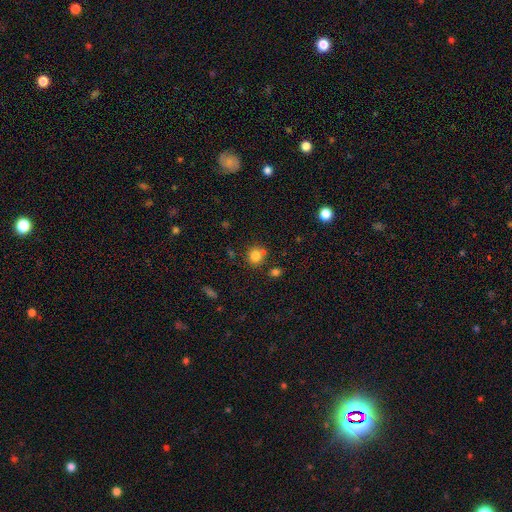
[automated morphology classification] smooth 80%, star or artifact 13%, featured or disk 8%. Down the decision tree: how rounded — round (88%); merging — none (69%).